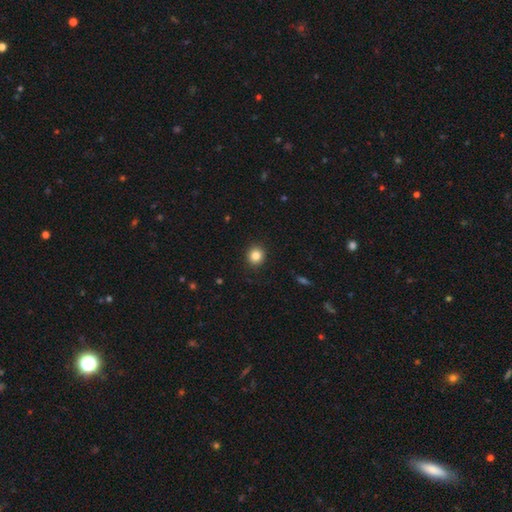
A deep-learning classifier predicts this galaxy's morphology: smooth 84%, star or artifact 10%, featured or disk 5%. Down the decision tree: how rounded — round (87%); merging — none (91%).